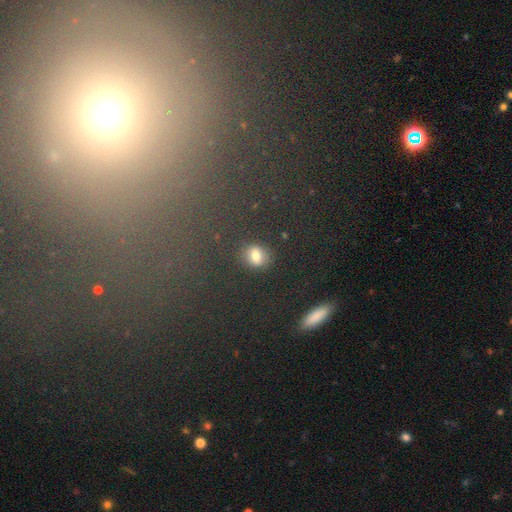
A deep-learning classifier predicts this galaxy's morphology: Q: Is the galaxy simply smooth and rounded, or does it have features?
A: smooth — 72%.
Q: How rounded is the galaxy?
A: round — 54%.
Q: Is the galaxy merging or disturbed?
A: none — 81%.